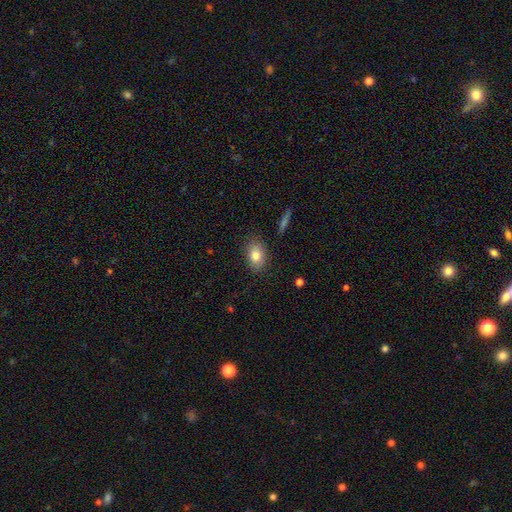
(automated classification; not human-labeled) smooth-or-featured: smooth: 79% | featured or disk: 12% | star or artifact: 9%
  how-rounded: in between: 78% | round: 20% | cigar-shaped: 2%
  merging: none: 83% | minor disturbance: 12% | major disturbance: 3% | merger: 1%